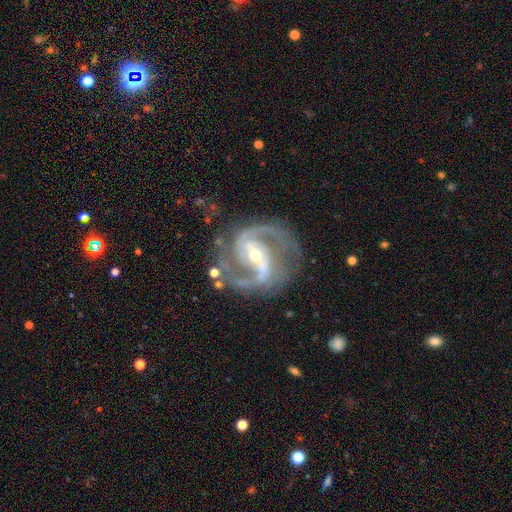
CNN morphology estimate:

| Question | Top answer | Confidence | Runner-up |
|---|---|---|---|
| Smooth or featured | featured or disk | 93% | star or artifact (5%) |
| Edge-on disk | no | 98% | yes (2%) |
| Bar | strong | 56% | weak (33%) |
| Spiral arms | yes | 98% | no (2%) |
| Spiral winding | medium | 63% | tight (25%) |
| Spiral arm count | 2 | 87% | 3 (6%) |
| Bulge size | small | 49% | moderate (47%) |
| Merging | none | 72% | minor disturbance (17%) |